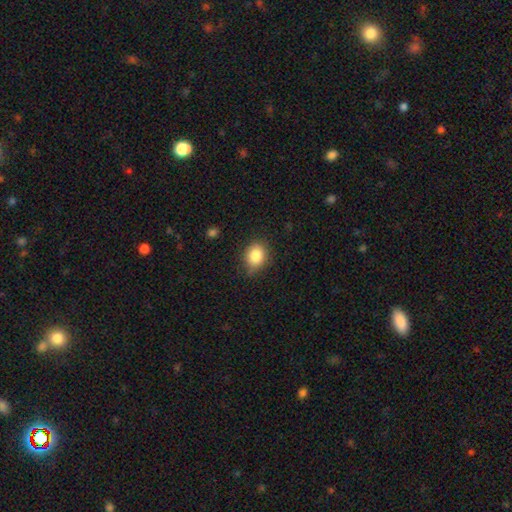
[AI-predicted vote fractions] A smooth galaxy with no disk features (84%) that is in between round and cigar-shaped (52%). Merging: none (74%).